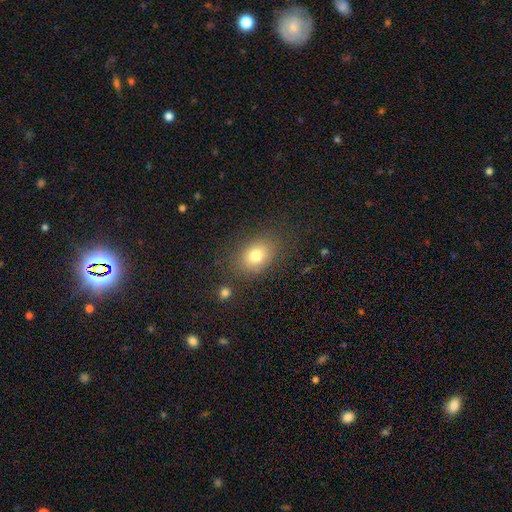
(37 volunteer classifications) smooth 76%, featured or disk 16%, star or artifact 8%. Down the decision tree: how rounded — in between (64%); merging — none (79%).